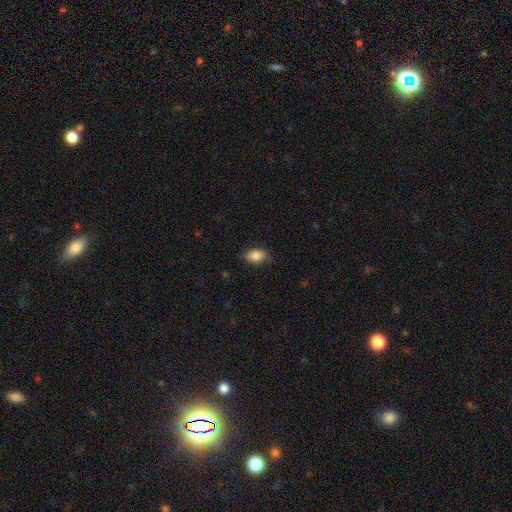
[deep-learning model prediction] Smooth or featured?
  - smooth: 84% *
  - featured or disk: 8%
  - star or artifact: 8%
How rounded?
  - in between: 87% *
  - round: 11%
  - cigar-shaped: 2%
Merging?
  - none: 79% *
  - minor disturbance: 17%
  - major disturbance: 3%
  - merger: 1%